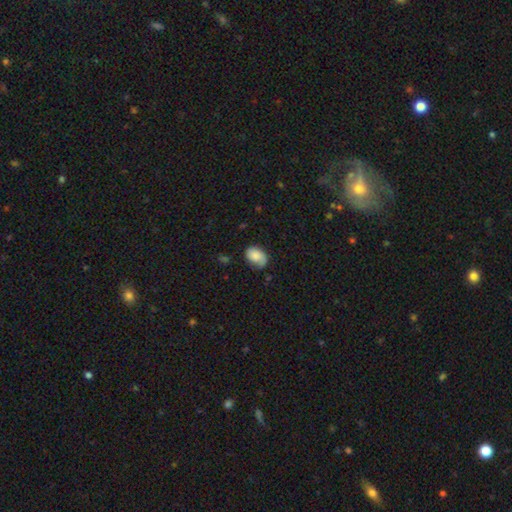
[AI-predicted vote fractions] Morphology: type=smooth (73%); roundness=in between (80%); merging=none (57%).